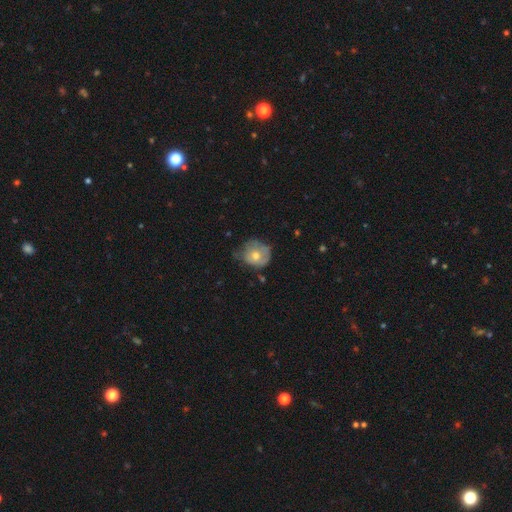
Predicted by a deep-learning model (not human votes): smooth 58%, featured or disk 34%, star or artifact 8%. Down the decision tree: how rounded — round (76%); merging — none (46%).